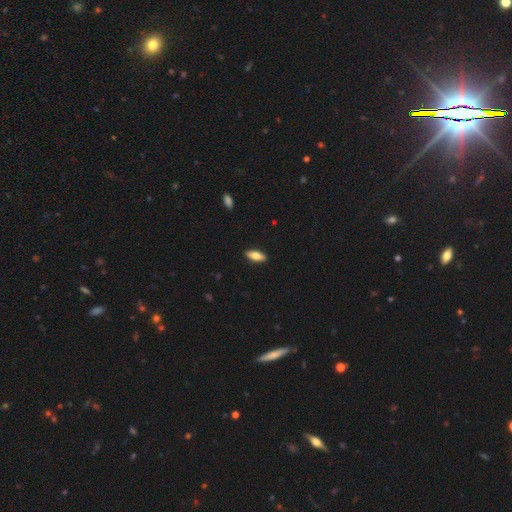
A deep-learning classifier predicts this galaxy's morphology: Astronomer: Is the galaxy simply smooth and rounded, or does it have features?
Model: smooth — 72%.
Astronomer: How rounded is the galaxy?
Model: in between — 75%.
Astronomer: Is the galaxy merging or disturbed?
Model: none — 90%.